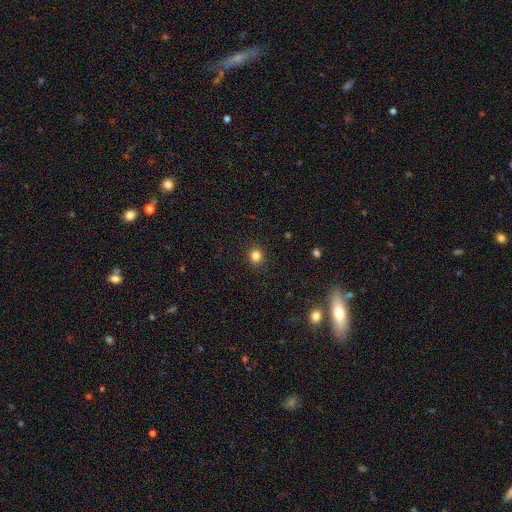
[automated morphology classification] smooth 82%, star or artifact 13%, featured or disk 5%. Down the decision tree: how rounded — round (92%); merging — none (92%).